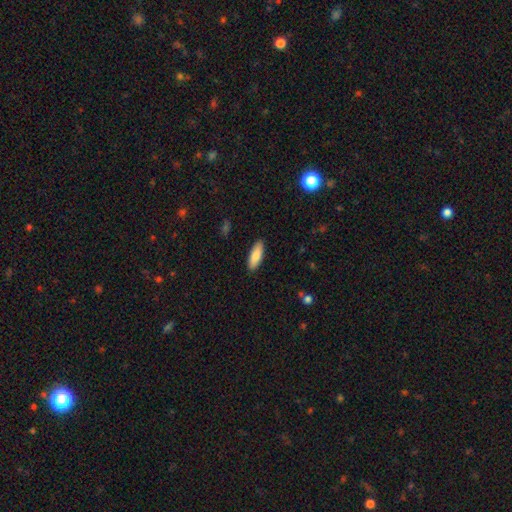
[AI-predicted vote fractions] smooth-or-featured: smooth: 86% | featured or disk: 9% | star or artifact: 6%
  how-rounded: in between: 63% | cigar-shaped: 35% | round: 2%
  merging: none: 89% | minor disturbance: 8% | major disturbance: 2% | merger: 1%